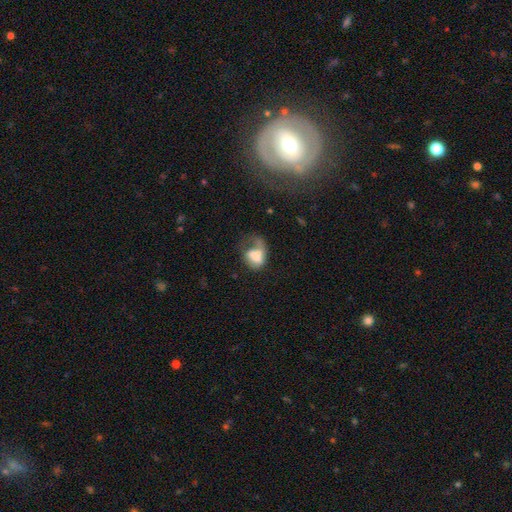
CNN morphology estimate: smooth 57%, featured or disk 33%, star or artifact 10%. Down the decision tree: how rounded — in between (76%); merging — major disturbance (47%).